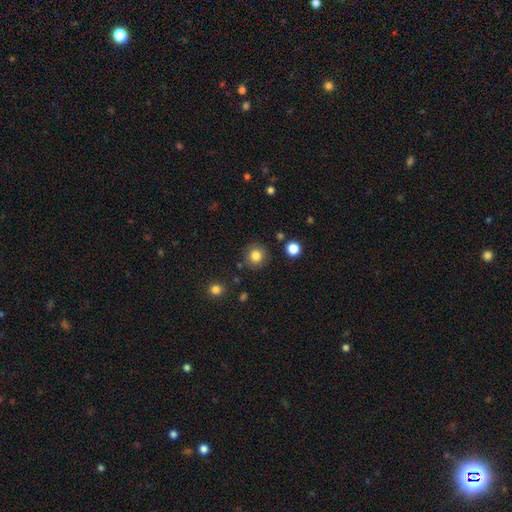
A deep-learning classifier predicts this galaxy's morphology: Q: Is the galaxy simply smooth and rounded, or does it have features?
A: smooth — 83%.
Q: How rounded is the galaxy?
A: round — 91%.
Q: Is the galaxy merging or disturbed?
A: none — 86%.